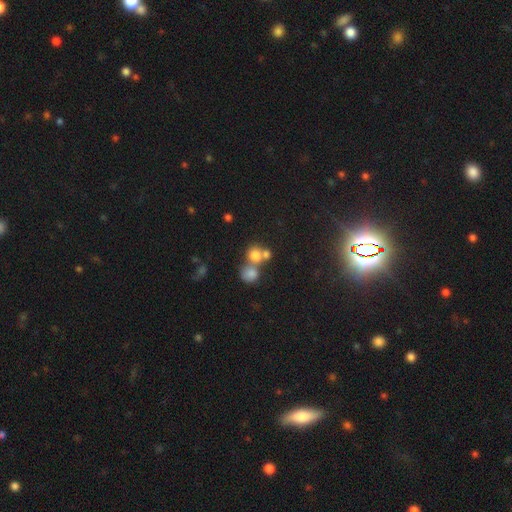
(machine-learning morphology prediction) Smooth or featured?
  - smooth: 74% *
  - star or artifact: 15%
  - featured or disk: 12%
How rounded?
  - round: 80% *
  - in between: 18%
  - cigar-shaped: 1%
Merging?
  - merger: 50% *
  - none: 38%
  - minor disturbance: 8%
  - major disturbance: 5%